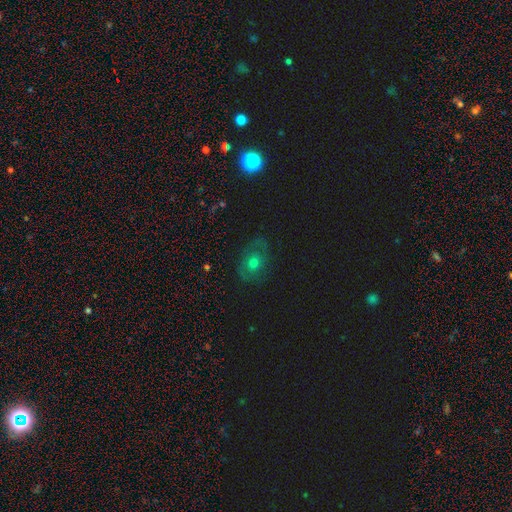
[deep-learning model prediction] The model was most divided on "smooth or featured": featured or disk: 38%, smooth: 37%, star or artifact: 24%. More confident: merging — none (76%).